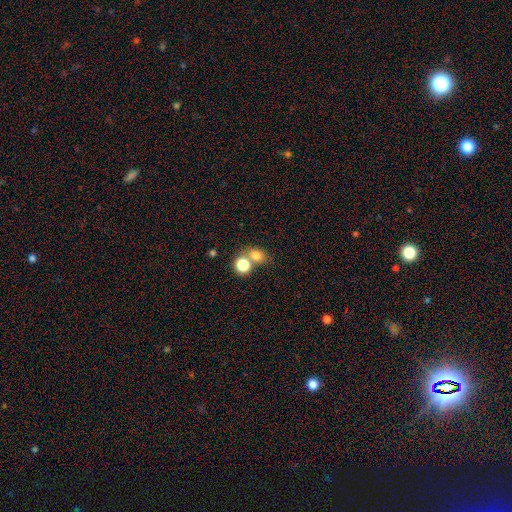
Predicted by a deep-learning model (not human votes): The model was most divided on "merging": merger: 44%, none: 43%, minor disturbance: 8%, major disturbance: 4%. More confident: smooth or featured — smooth (77%); how rounded — round (58%).